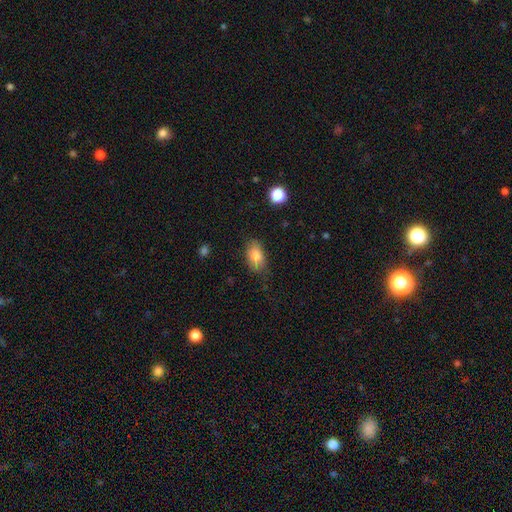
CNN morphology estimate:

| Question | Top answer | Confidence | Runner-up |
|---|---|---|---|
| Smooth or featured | smooth | 82% | featured or disk (10%) |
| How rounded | in between | 89% | round (9%) |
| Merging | none | 75% | minor disturbance (19%) |